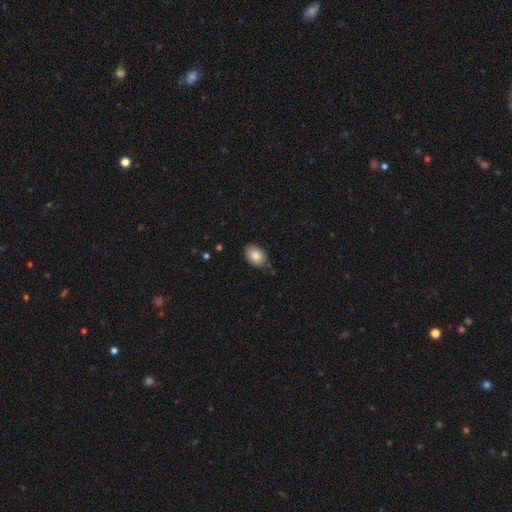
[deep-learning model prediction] Smooth or featured? Predicted: smooth (p=0.87). How rounded? Predicted: in between (p=0.86). Merging? Predicted: none (p=0.81).